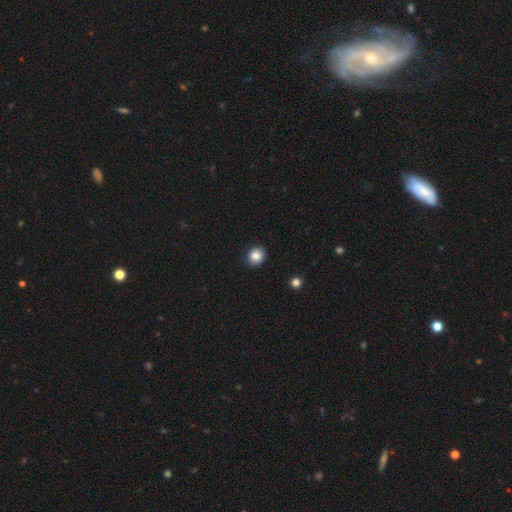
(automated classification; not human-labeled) Smooth or featured: smooth — 84% (star or artifact — 10%)
How rounded: round — 81% (in between — 18%)
Merging: none — 91% (minor disturbance — 6%)